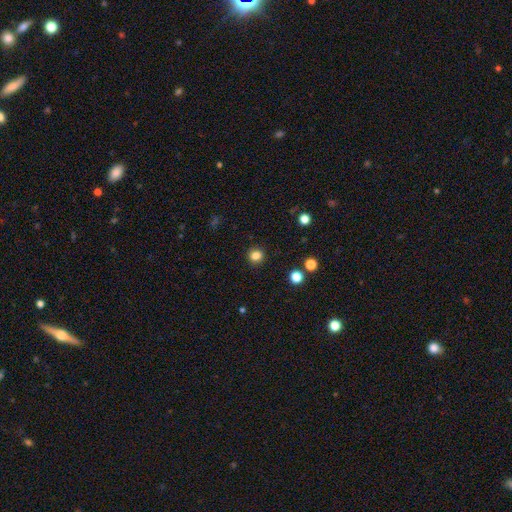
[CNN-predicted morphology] smooth-or-featured: smooth: 82% | star or artifact: 13% | featured or disk: 5%
  how-rounded: round: 89% | in between: 10% | cigar-shaped: 1%
  merging: none: 91% | minor disturbance: 6% | major disturbance: 2% | merger: 1%